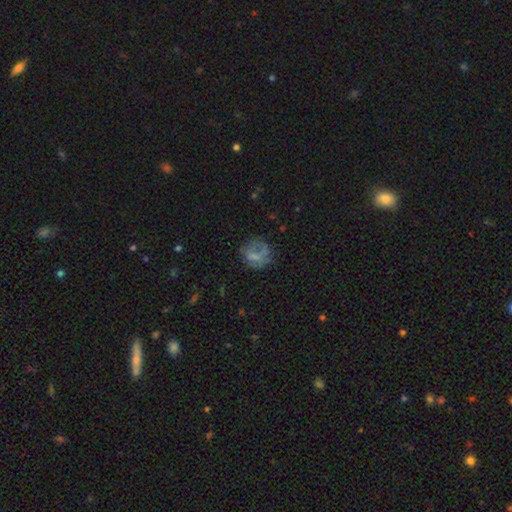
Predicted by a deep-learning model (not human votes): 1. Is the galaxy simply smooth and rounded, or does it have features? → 54% smooth, 34% featured or disk, 12% star or artifact.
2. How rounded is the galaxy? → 75% round, 23% in between, 1% cigar-shaped.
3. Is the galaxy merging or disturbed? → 57% none, 22% minor disturbance, 19% major disturbance, 3% merger.